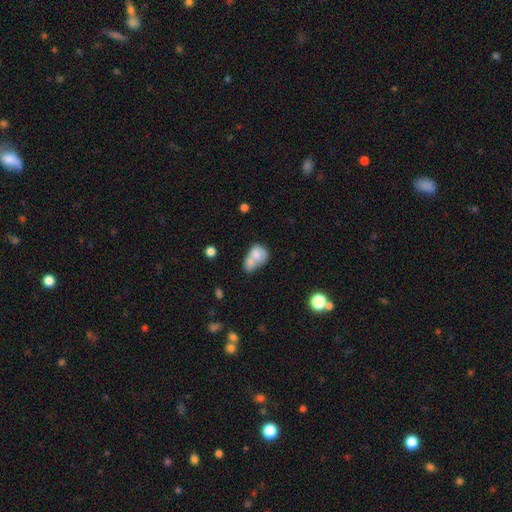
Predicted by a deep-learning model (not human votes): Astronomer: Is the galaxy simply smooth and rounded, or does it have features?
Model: smooth — 69%.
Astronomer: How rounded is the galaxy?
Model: in between — 69%.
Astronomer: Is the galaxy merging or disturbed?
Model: merger — 66%.